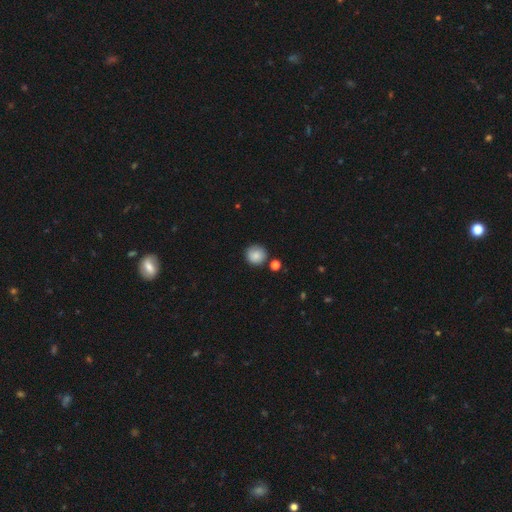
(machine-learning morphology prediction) This is clearly a smooth galaxy (84%). How rounded: clearly round (92%). Merging: likely none (79%).